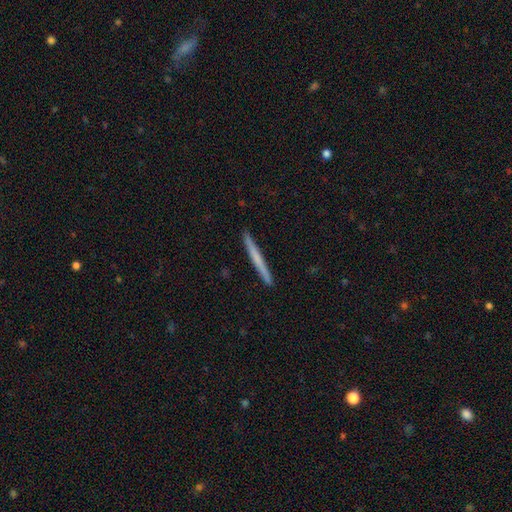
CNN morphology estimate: smooth_or_featured: smooth (p=0.49) [alt: featured or disk p=0.44]
merging: none (p=0.92) [alt: minor disturbance p=0.06]